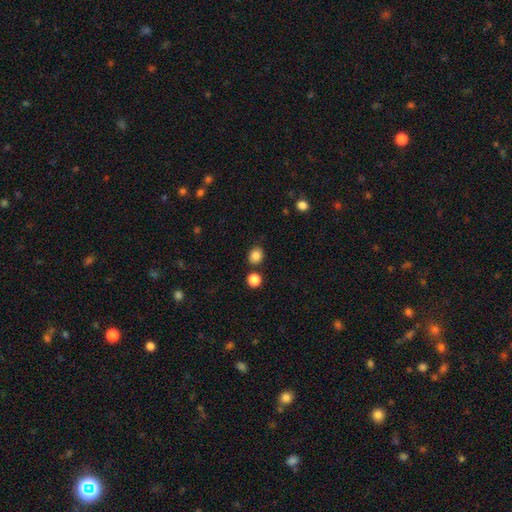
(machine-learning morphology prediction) smooth-or-featured: smooth: 85% | star or artifact: 11% | featured or disk: 4%
  how-rounded: round: 67% | in between: 32% | cigar-shaped: 1%
  merging: none: 81% | minor disturbance: 10% | merger: 7% | major disturbance: 3%